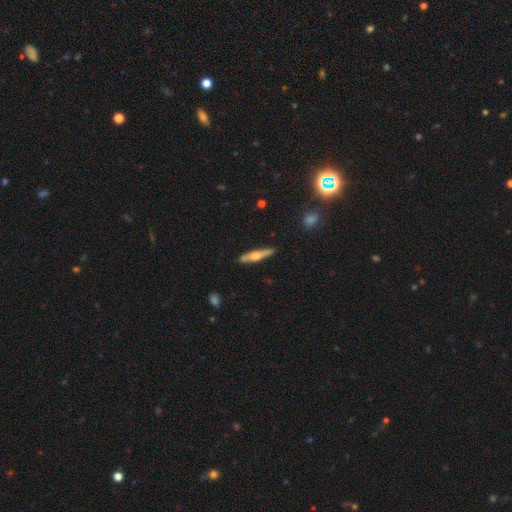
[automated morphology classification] type=featured or disk (53%); edge-on=yes (93%); merging=none (86%).